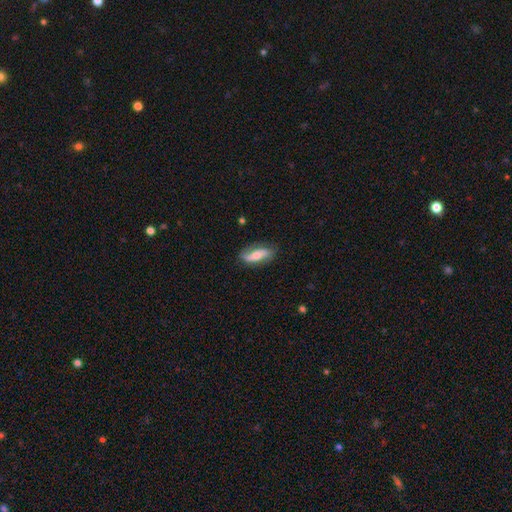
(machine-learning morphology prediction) This appears to be a featured or disk galaxy (53%). Merging: none (75%).